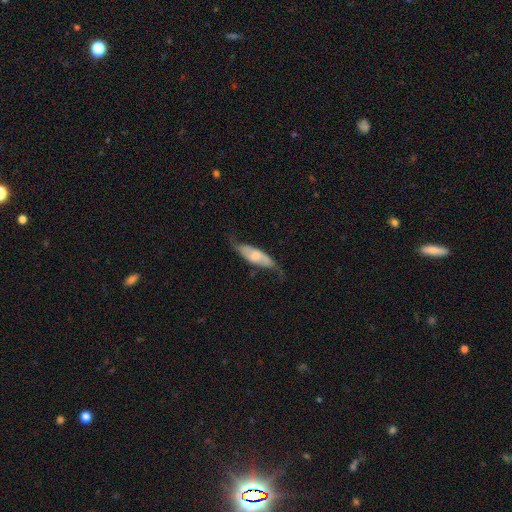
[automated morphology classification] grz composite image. It shows a featured or disk galaxy (51%). Merging: none (58%).